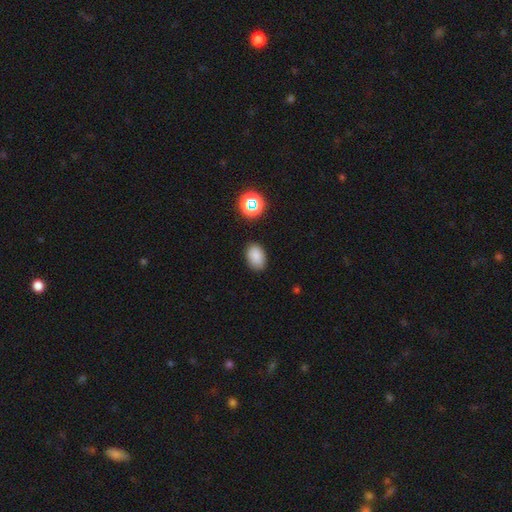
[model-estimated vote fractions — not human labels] Overall: smooth (84%). How rounded: in between (86%). Merging: none (85%).